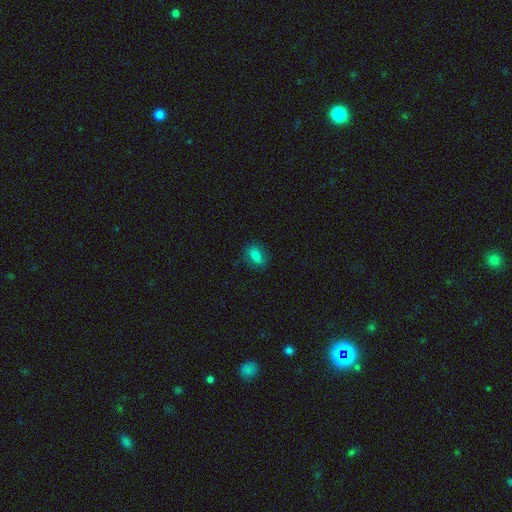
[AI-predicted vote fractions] This appears to be a smooth galaxy with no disk features (74%) that is in between round and cigar-shaped (63%). Merging: none (82%).